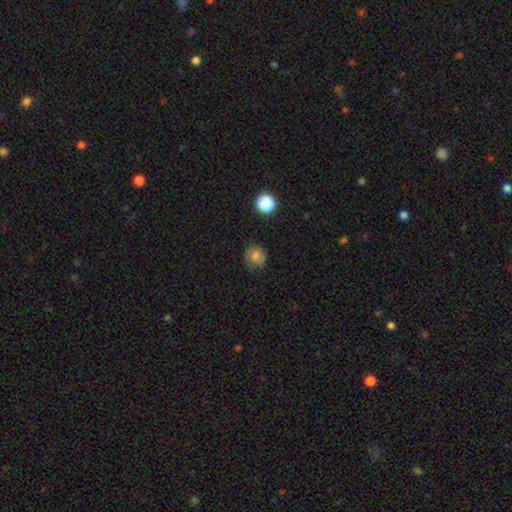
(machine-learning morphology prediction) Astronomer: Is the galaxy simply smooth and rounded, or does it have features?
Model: smooth — 68%.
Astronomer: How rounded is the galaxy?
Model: round — 84%.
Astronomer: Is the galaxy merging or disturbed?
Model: none — 73%.